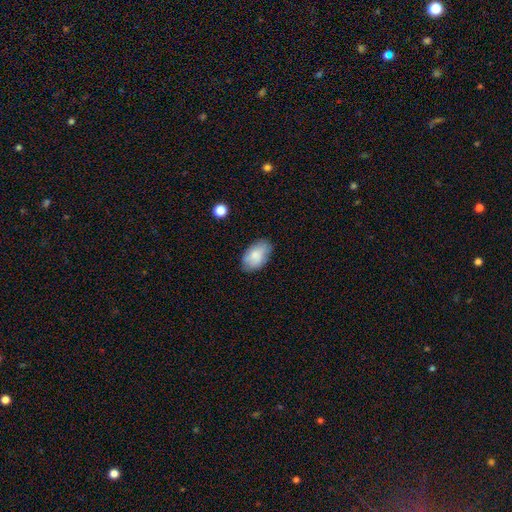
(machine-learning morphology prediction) smooth 81%, featured or disk 12%, star or artifact 7%. Down the decision tree: how rounded — in between (92%); merging — none (76%).